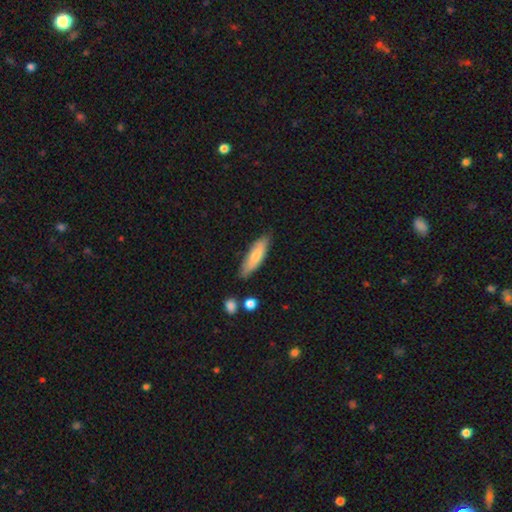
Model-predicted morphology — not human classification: Smooth or featured? smooth (73%)
How rounded? cigar-shaped (56%)
Merging? none (78%)